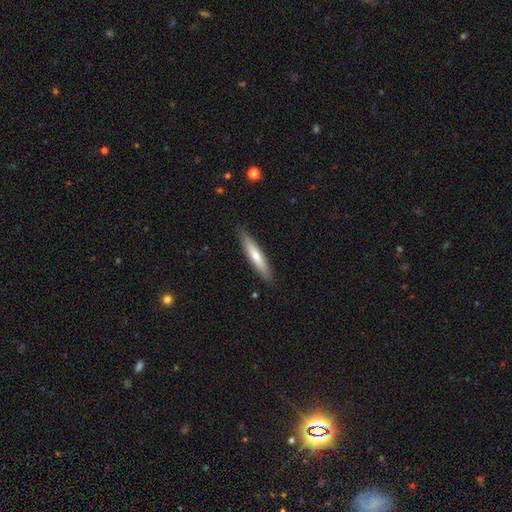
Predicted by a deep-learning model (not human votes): smooth-or-featured: smooth: 58% | featured or disk: 36% | star or artifact: 6%
  how-rounded: cigar-shaped: 89% | in between: 10% | round: 1%
  merging: none: 88% | minor disturbance: 9% | major disturbance: 2% | merger: 1%